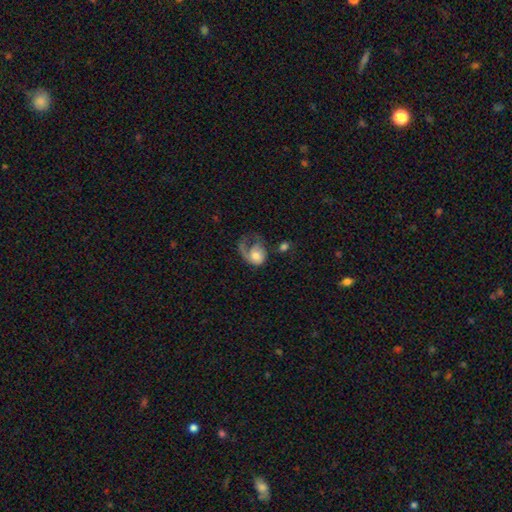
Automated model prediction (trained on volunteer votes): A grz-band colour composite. It shows a featured or disk galaxy (53%) with no bar (80%), spiral arms (76%) and a moderate central bulge (57%). Merging: major disturbance (56%).